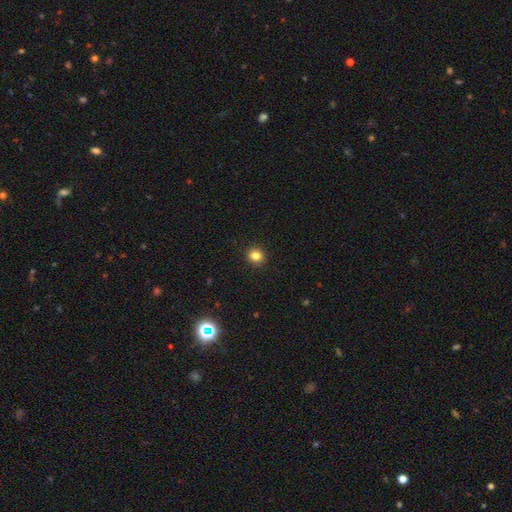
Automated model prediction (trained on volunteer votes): Smooth or featured: smooth — 82% (star or artifact — 13%)
How rounded: round — 88% (in between — 11%)
Merging: none — 93% (minor disturbance — 5%)